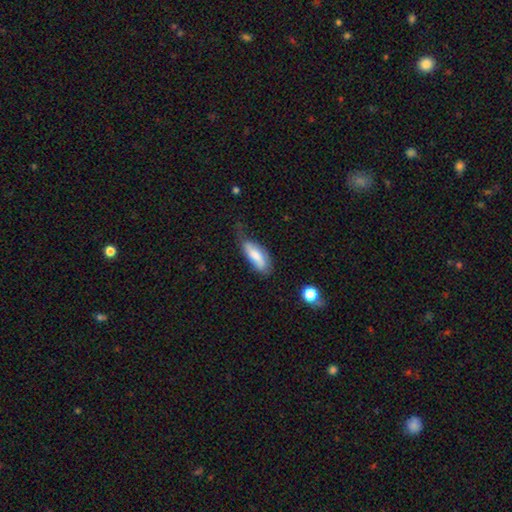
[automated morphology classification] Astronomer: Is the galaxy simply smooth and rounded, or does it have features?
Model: smooth — 74%.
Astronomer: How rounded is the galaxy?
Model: in between — 69%.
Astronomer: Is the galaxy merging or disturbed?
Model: none — 41% (runner-up: minor disturbance, 39%).